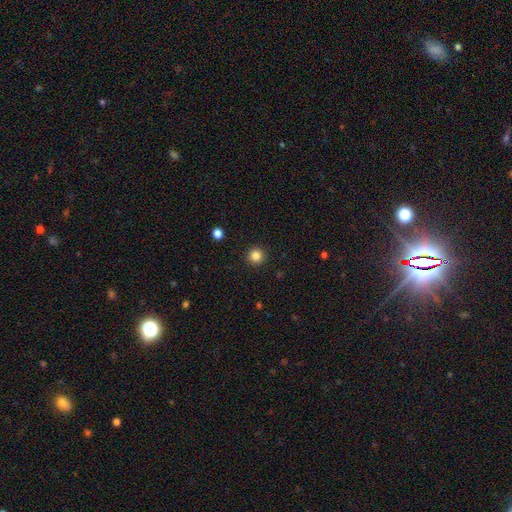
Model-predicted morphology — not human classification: type=smooth (84%); roundness=round (96%); merging=none (93%).